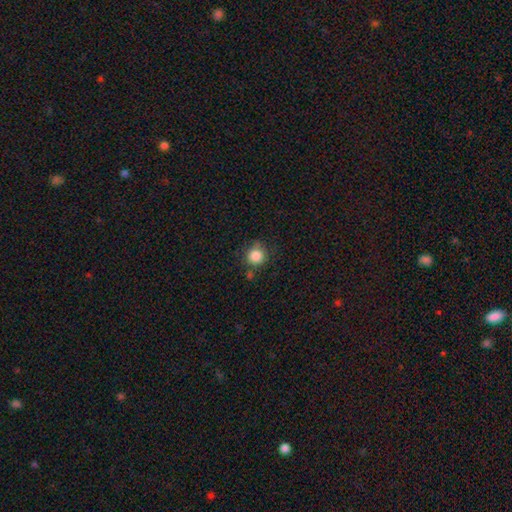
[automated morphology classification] A smooth galaxy with no disk features (86%) that is round (91%). Merging: none (74%).